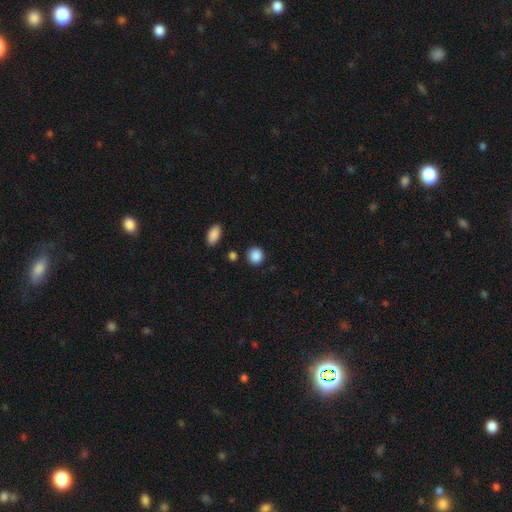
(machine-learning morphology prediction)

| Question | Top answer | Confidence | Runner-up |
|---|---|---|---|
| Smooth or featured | smooth | 88% | star or artifact (9%) |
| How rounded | round | 85% | in between (13%) |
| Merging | none | 86% | minor disturbance (8%) |